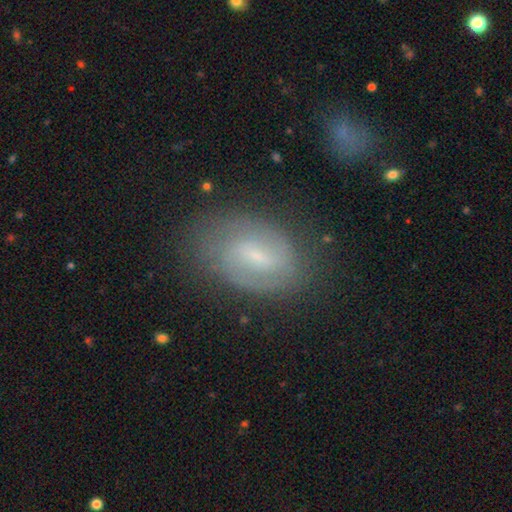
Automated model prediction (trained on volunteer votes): Morphology: type=featured or disk (70%); edge-on=no (96%); bar=weak (58%); spiral arms=yes (85%); winding=tight (42%); arm count=2 (66%); bulge=small (68%); merging=none (73%).